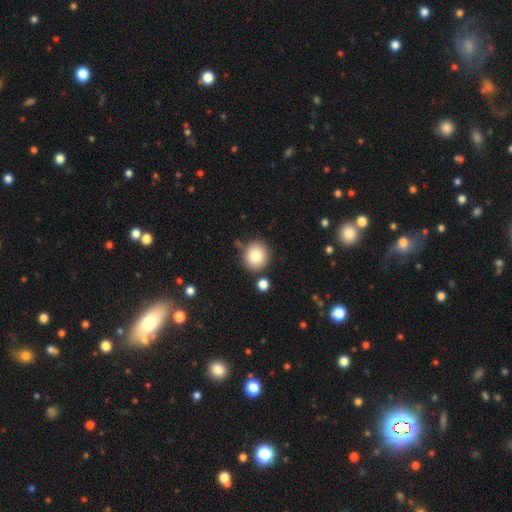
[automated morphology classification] type=smooth (81%); roundness=round (90%); merging=none (81%).